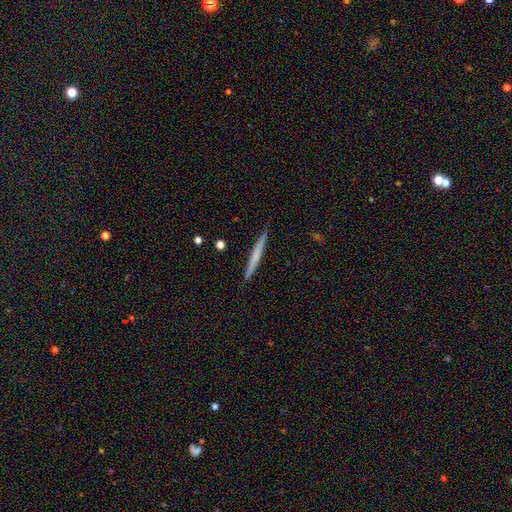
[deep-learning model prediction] Overall: smooth (52%; featured or disk 42%). How rounded: cigar-shaped (97%). Merging: none (90%).